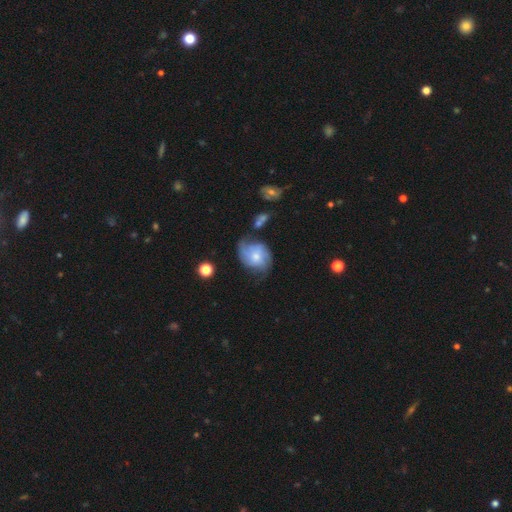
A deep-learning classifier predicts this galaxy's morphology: A featured or disk galaxy (63%) with no bar (69%), 2 (47%) medium (40%) spiral arms (87%) and a small central bulge (45%). Merging: none (50%).